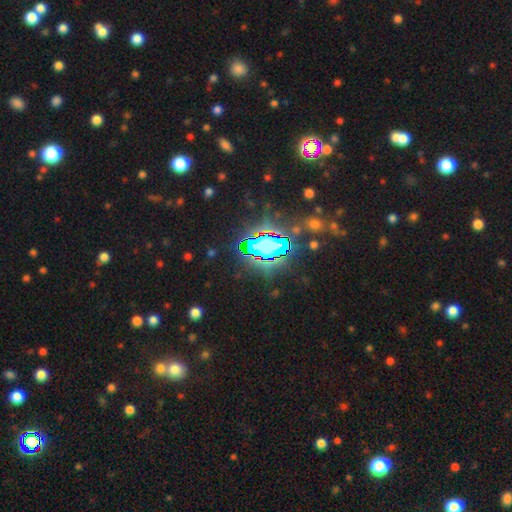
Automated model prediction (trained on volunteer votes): This is likely a star or artifact rather than a galaxy (73%).